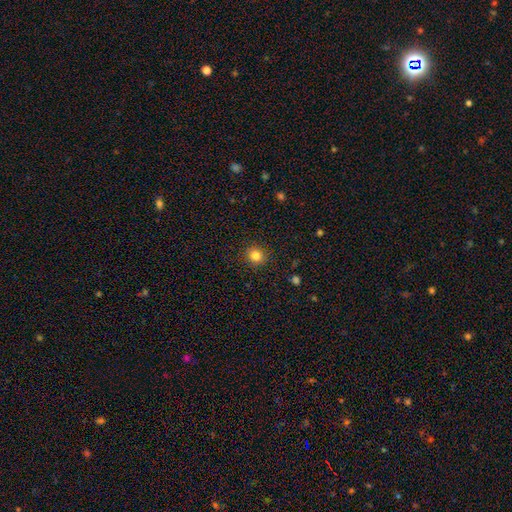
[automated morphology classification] A smooth galaxy with no disk features (83%) that is round (86%). Merging: none (90%).